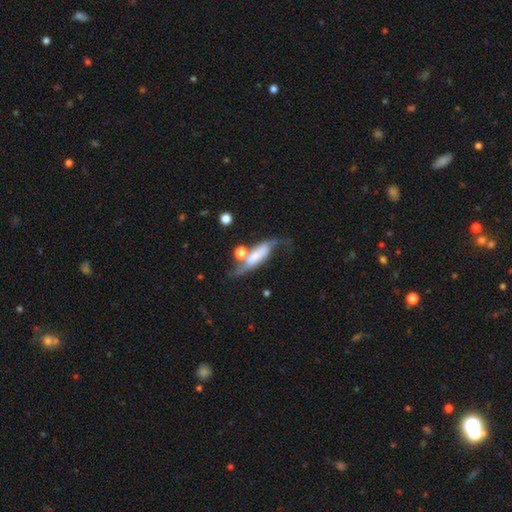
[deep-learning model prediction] Smooth or featured? Predicted: smooth (p=0.55). How rounded? Predicted: in between (p=0.55). Merging? Predicted: none (p=0.34).